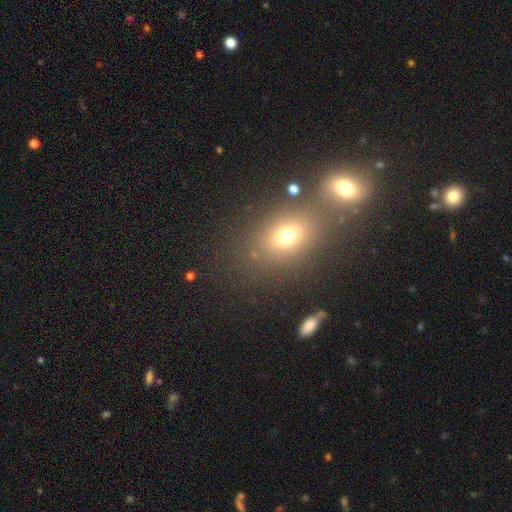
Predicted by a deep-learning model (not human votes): Morphology: type=smooth (56%); roundness=in between (54%); merging=none (54%).